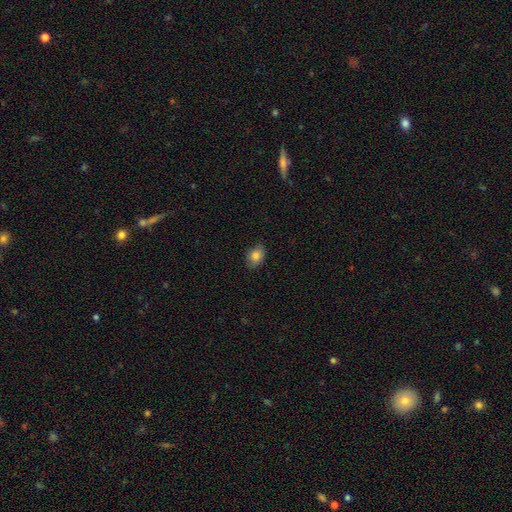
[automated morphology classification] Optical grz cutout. It shows a smooth galaxy with no disk features (83%) that is in between round and cigar-shaped (80%). Merging: none (82%).